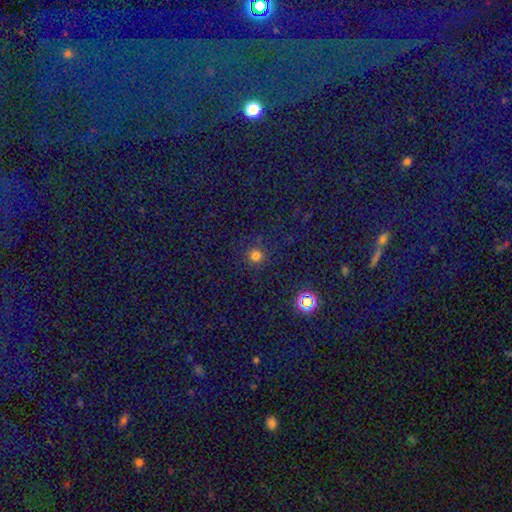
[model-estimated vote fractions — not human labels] smooth-or-featured: smooth: 67% | star or artifact: 27% | featured or disk: 6%
  how-rounded: round: 94% | in between: 5% | cigar-shaped: 1%
  merging: none: 85% | minor disturbance: 9% | major disturbance: 4% | merger: 2%